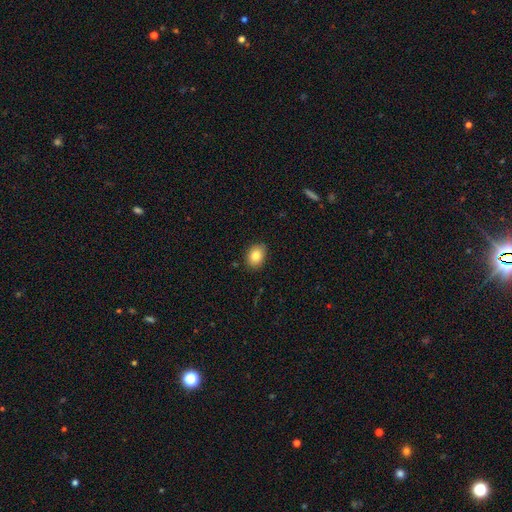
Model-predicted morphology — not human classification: Smooth or featured? Predicted: smooth (p=0.84). How rounded? Predicted: in between (p=0.68). Merging? Predicted: none (p=0.87).